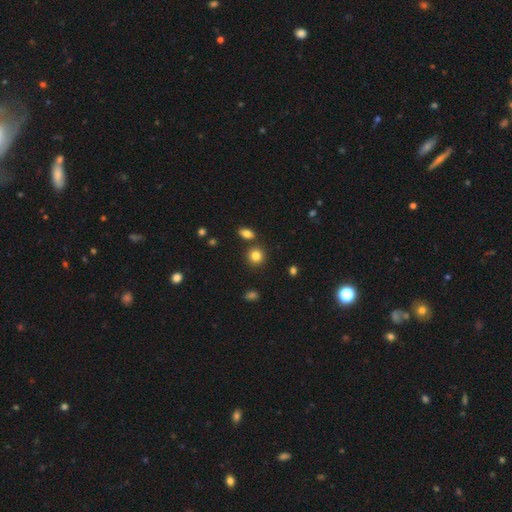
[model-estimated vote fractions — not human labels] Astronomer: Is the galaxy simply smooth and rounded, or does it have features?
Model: smooth — 83%.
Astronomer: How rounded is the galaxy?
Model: round — 86%.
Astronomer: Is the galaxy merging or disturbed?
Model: none — 79%.